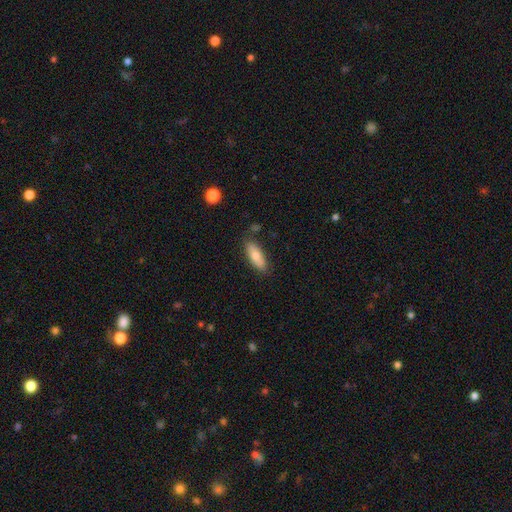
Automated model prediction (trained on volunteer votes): Smooth or featured? smooth (75%)
How rounded? in between (67%)
Merging? none (81%)